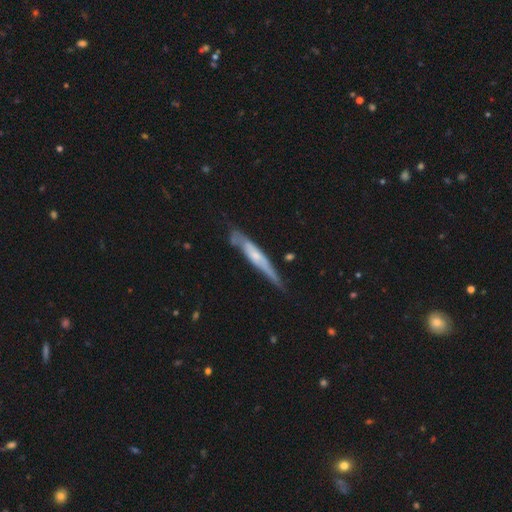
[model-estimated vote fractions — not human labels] The model was most divided on "smooth or featured": featured or disk: 60%, smooth: 35%, star or artifact: 6%. More confident: edge-on disk — yes (81%); merging — none (63%).